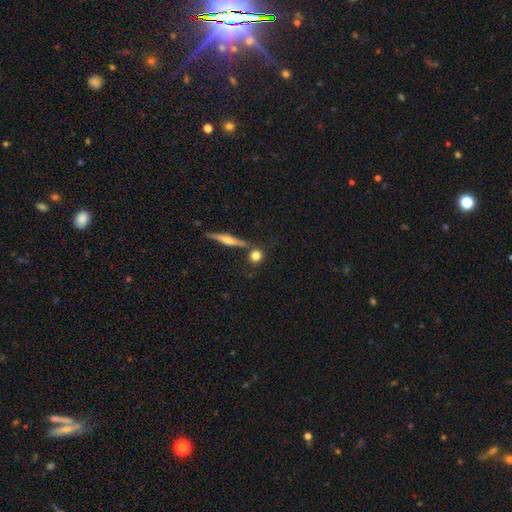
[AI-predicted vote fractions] smooth_or_featured: smooth (p=0.76) [alt: featured or disk p=0.14]
how_rounded: round (p=0.83) [alt: in between p=0.11]
merging: none (p=0.72) [alt: merger p=0.14]